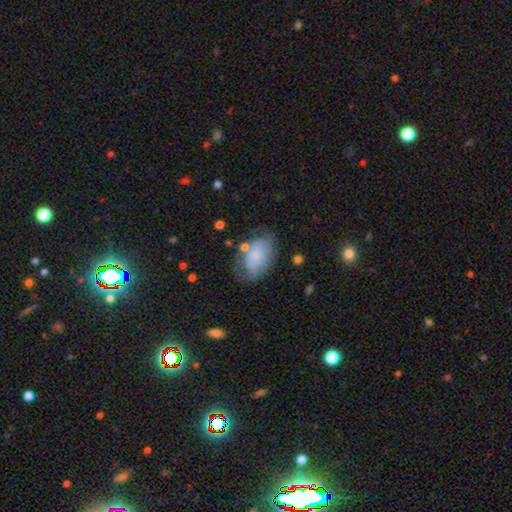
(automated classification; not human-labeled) A smooth galaxy with no disk features (60%) that is in between round and cigar-shaped (88%). Merging: none (49%).